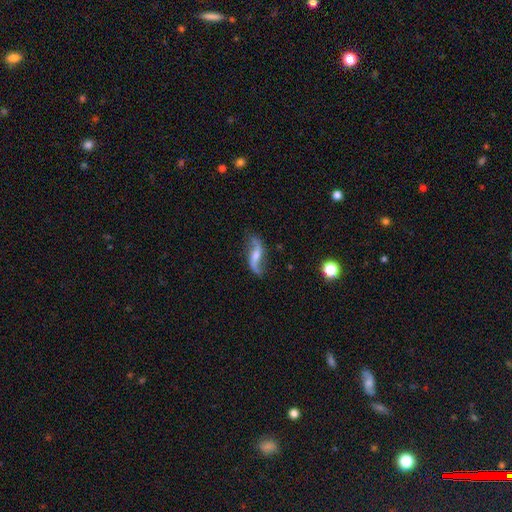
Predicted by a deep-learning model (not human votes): A featured or disk galaxy (84%) with a weak bar (41%), 2 (92%) loose (92%) spiral arms (95%) and a small central bulge (39%).

Vote fractions:
- Smooth or featured? featured or disk: 84% / smooth: 10% / star or artifact: 6%
- Edge-on disk? no: 91% / yes: 9%
- Bar? weak: 41% / no: 35% / strong: 24%
- Spiral arms? yes: 95% / no: 5%
- Spiral winding? loose: 92% / medium: 6% / tight: 2%
- Spiral arm count? 2: 92% / 1: 3% / can't tell: 2% / 3: 1% / 4: 1% / more than 4: 1%
- Bulge size? small: 39% / moderate: 36% / none: 18% / large: 5% / dominant: 2%
- Merging? none: 71% / minor disturbance: 18% / major disturbance: 9% / merger: 3%